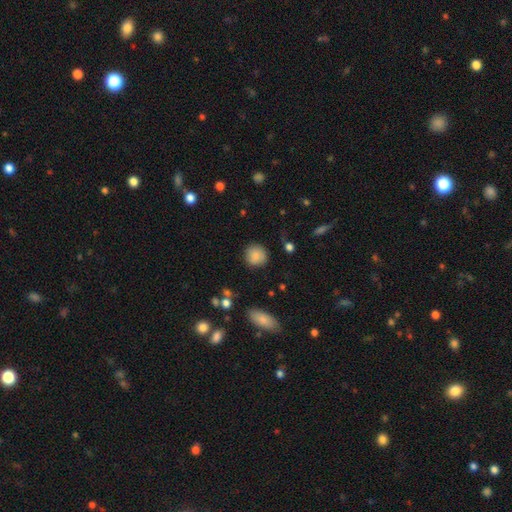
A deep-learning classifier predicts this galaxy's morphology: This appears to be a smooth galaxy with no disk features (84%) that is round (91%). Merging: none (86%).